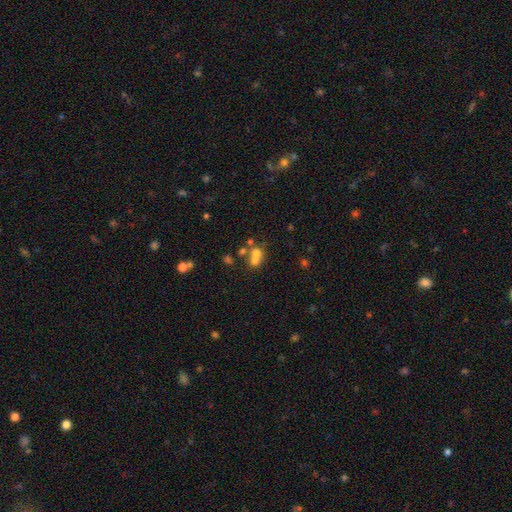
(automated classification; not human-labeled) Smooth or featured? Predicted: smooth (p=0.60). How rounded? Predicted: round (p=0.72). Merging? Predicted: merger (p=0.57).